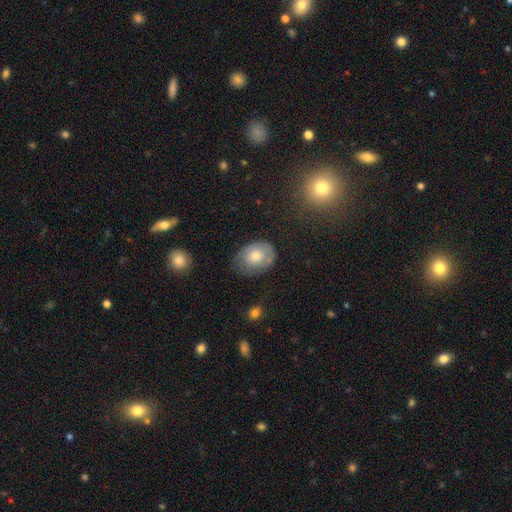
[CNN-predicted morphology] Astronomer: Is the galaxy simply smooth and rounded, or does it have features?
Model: smooth — 67%.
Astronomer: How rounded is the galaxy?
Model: in between — 68%.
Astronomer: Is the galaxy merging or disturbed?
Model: none — 59%.